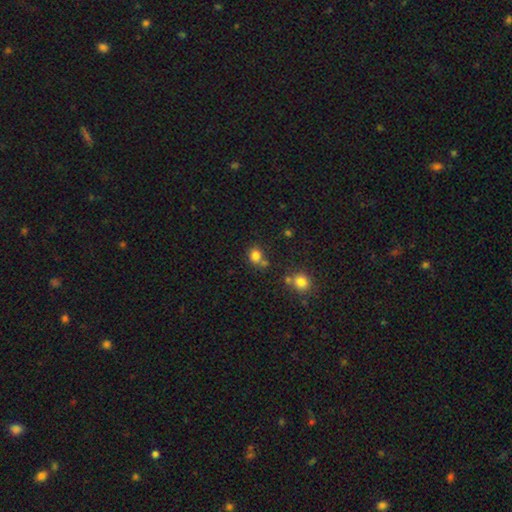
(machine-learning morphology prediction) Q: Smooth or featured?
A: smooth (81%); runner-up: star or artifact (13%)
Q: How rounded?
A: round (69%); runner-up: in between (30%)
Q: Merging?
A: none (60%); runner-up: merger (21%)